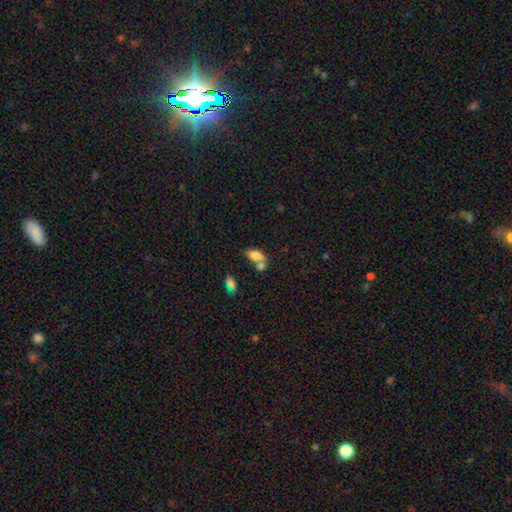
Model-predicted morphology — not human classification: Smooth or featured?
  - smooth: 77% *
  - featured or disk: 13%
  - star or artifact: 9%
How rounded?
  - in between: 88% *
  - round: 7%
  - cigar-shaped: 6%
Merging?
  - merger: 50% *
  - none: 31%
  - minor disturbance: 13%
  - major disturbance: 7%